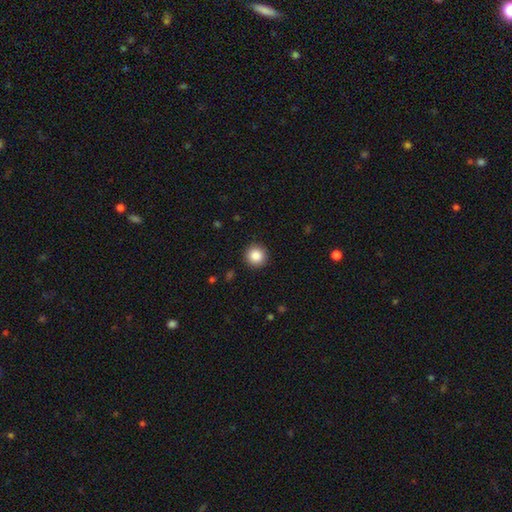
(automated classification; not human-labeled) A smooth galaxy with no disk features (87%) that is round (95%). Merging: none (92%).